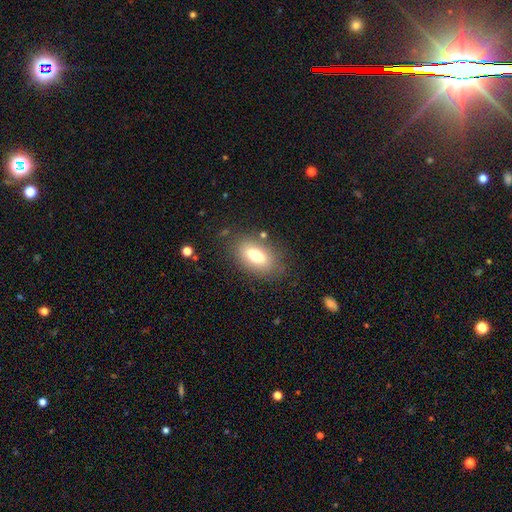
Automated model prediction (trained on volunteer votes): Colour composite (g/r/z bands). It shows a smooth galaxy with no disk features (73%) that is in between round and cigar-shaped (89%). Merging: none (79%).